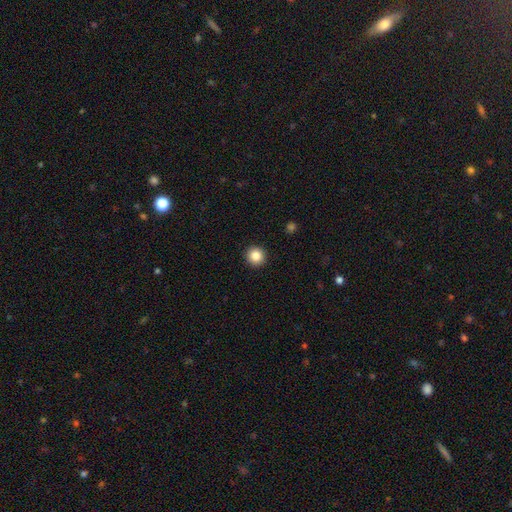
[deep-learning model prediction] Morphology: type=smooth (86%); roundness=round (95%); merging=none (93%).